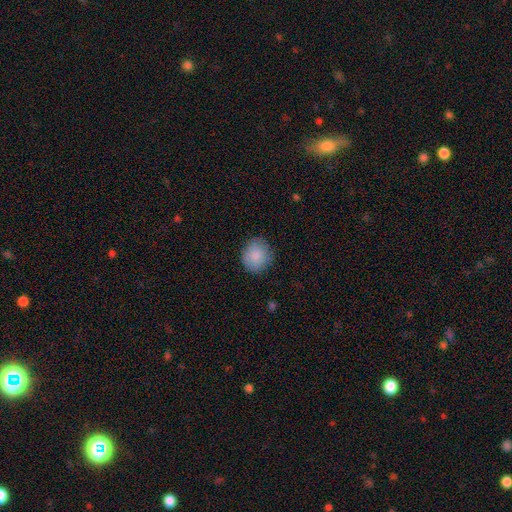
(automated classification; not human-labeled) smooth 87%, star or artifact 7%, featured or disk 5%. Down the decision tree: how rounded — round (85%); merging — none (84%).